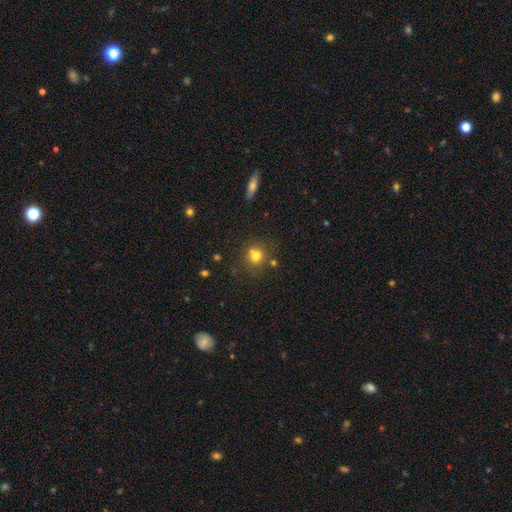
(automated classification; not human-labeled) Smooth or featured: smooth — 74% (star or artifact — 15%)
How rounded: round — 81% (in between — 18%)
Merging: none — 60% (merger — 21%)